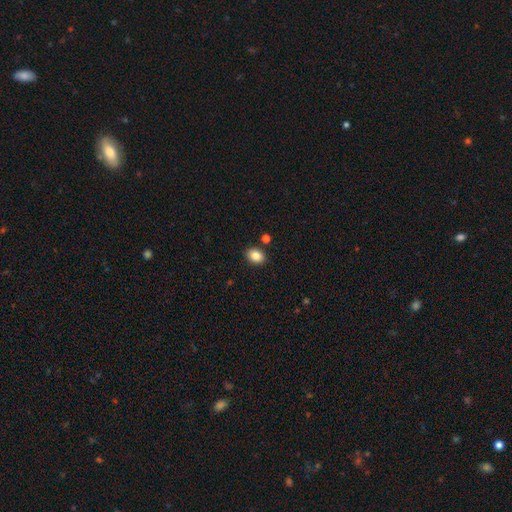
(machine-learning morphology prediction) This is clearly a smooth galaxy (86%). How rounded: likely in between (65%). Merging: clearly none (86%).